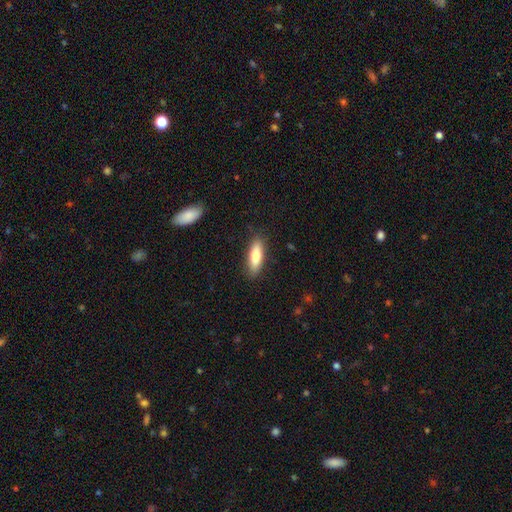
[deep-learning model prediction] smooth_or_featured: smooth (p=0.77) [alt: featured or disk p=0.17]
how_rounded: cigar-shaped (p=0.50) [alt: in between p=0.49]
merging: none (p=0.85) [alt: minor disturbance p=0.11]